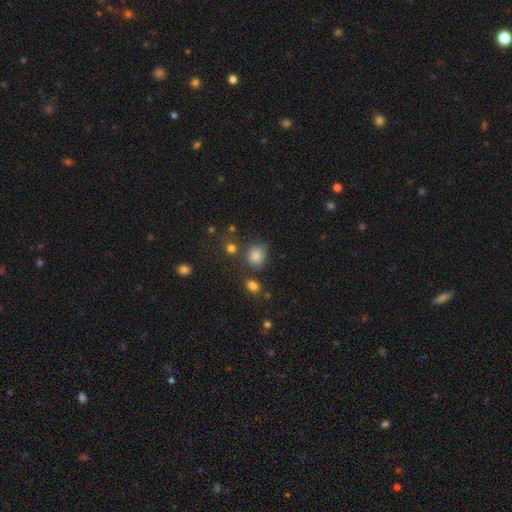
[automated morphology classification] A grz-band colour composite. It shows a smooth galaxy with no disk features (82%) that is round (74%). Merging: none (71%).